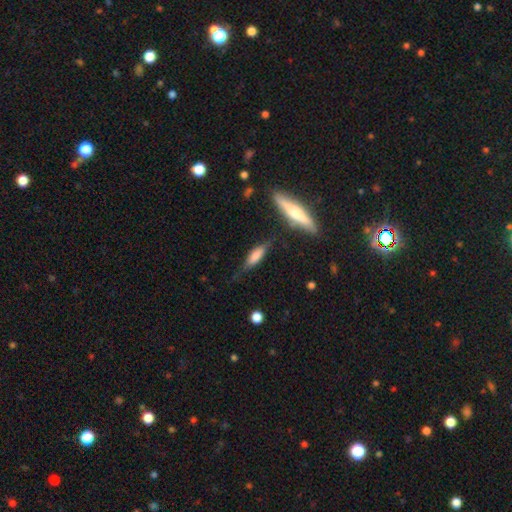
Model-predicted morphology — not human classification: A smooth galaxy with no disk features (66%) that is cigar-shaped (59%). Merging: none (60%).